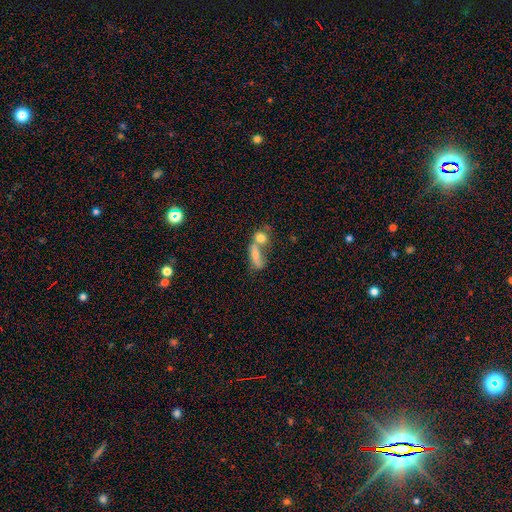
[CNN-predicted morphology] Smooth or featured?
  - smooth: 68% *
  - featured or disk: 22%
  - star or artifact: 10%
How rounded?
  - in between: 60% *
  - cigar-shaped: 22%
  - round: 18%
Merging?
  - merger: 64% *
  - none: 20%
  - major disturbance: 8%
  - minor disturbance: 8%